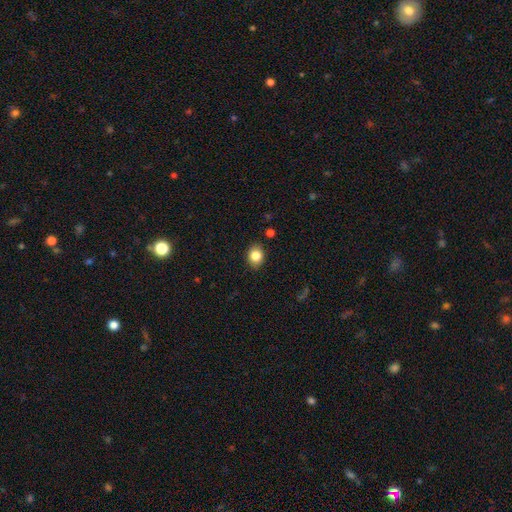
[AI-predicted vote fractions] This is clearly a smooth galaxy (83%). How rounded: possibly round (51%). Merging: clearly none (88%).